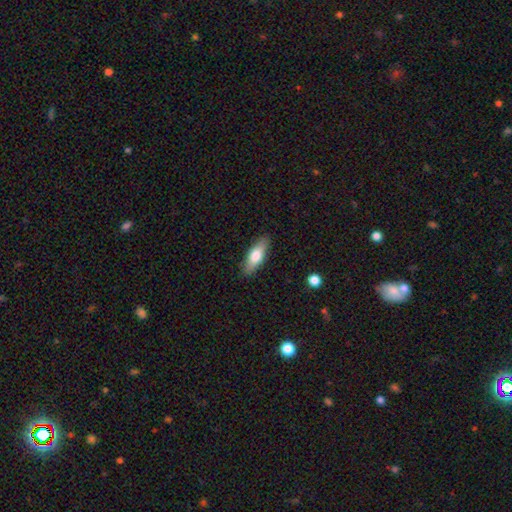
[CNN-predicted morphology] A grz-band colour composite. It shows a smooth galaxy with no disk features (71%) that is in between round and cigar-shaped (58%). Merging: none (87%).